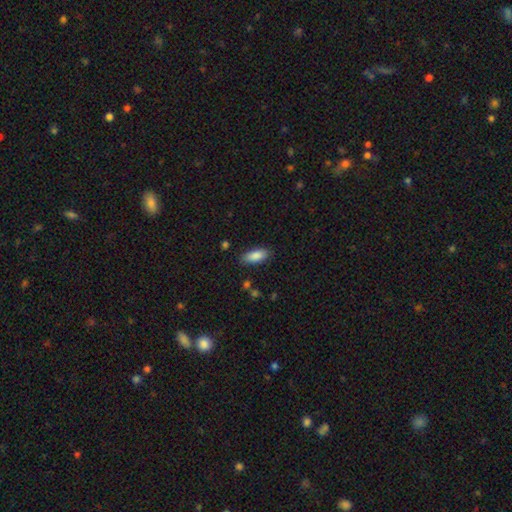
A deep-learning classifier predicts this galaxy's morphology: A smooth galaxy with no disk features (87%) that is in between round and cigar-shaped (83%).

Vote fractions:
- Smooth or featured? smooth: 87% / star or artifact: 7% / featured or disk: 6%
- How rounded? in between: 83% / cigar-shaped: 15% / round: 2%
- Merging? none: 83% / minor disturbance: 12% / major disturbance: 3% / merger: 2%